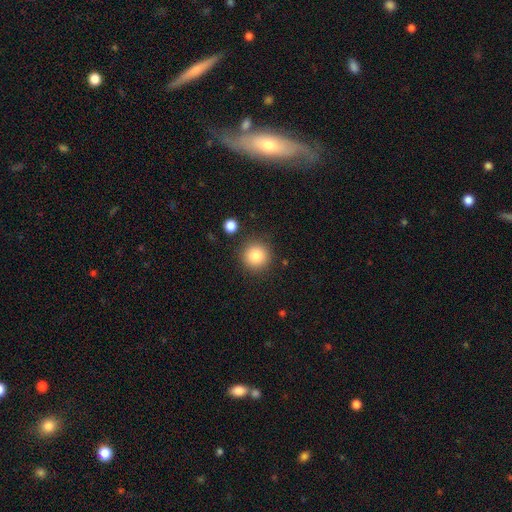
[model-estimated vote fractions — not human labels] Morphology: type=smooth (84%); roundness=round (94%); merging=none (87%).